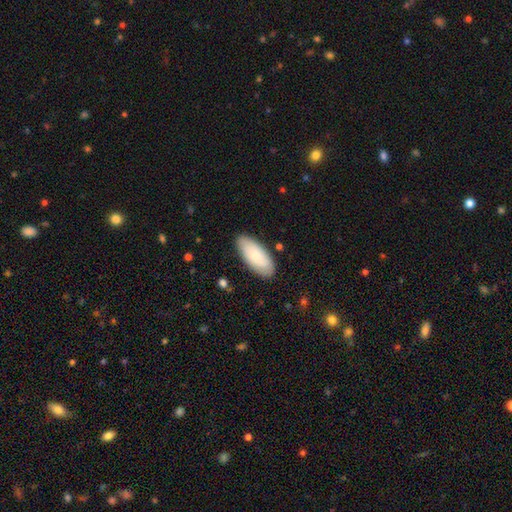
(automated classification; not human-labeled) This is likely a smooth galaxy (76%). How rounded: clearly in between (88%). Merging: clearly none (85%).